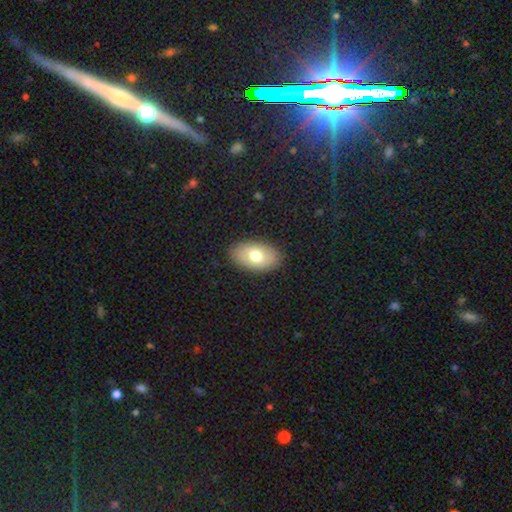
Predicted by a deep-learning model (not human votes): smooth-or-featured: smooth: 72% | featured or disk: 20% | star or artifact: 8%
  how-rounded: in between: 91% | round: 7% | cigar-shaped: 1%
  merging: none: 87% | minor disturbance: 9% | major disturbance: 3% | merger: 1%